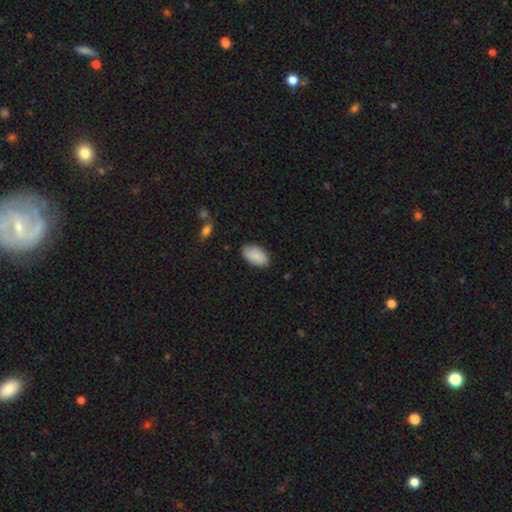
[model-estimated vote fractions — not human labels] This is clearly a smooth galaxy (88%). How rounded: clearly in between (95%). Merging: clearly none (85%).